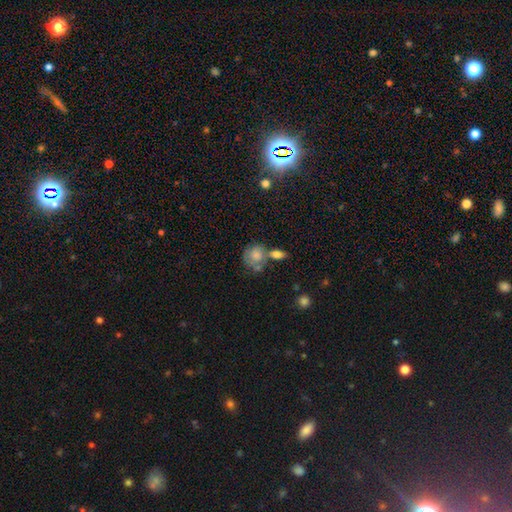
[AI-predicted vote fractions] This is likely a smooth galaxy (69%). How rounded: likely round (62%). Merging: marginally none (38%).